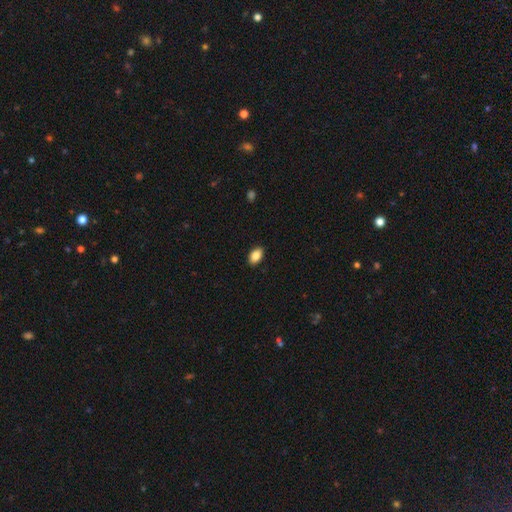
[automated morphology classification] Q: Smooth or featured?
A: smooth (88%); runner-up: star or artifact (8%)
Q: How rounded?
A: in between (90%); runner-up: round (8%)
Q: Merging?
A: none (89%); runner-up: minor disturbance (8%)